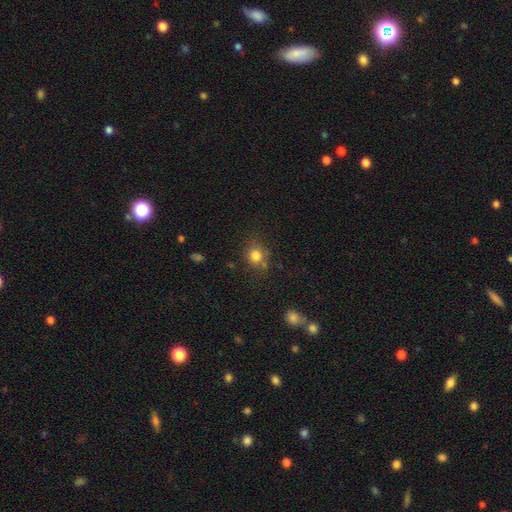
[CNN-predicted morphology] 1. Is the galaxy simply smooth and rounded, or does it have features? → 80% smooth, 13% star or artifact, 7% featured or disk.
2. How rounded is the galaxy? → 80% round, 19% in between, 1% cigar-shaped.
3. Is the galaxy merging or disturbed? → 71% none, 16% minor disturbance, 7% merger, 5% major disturbance.